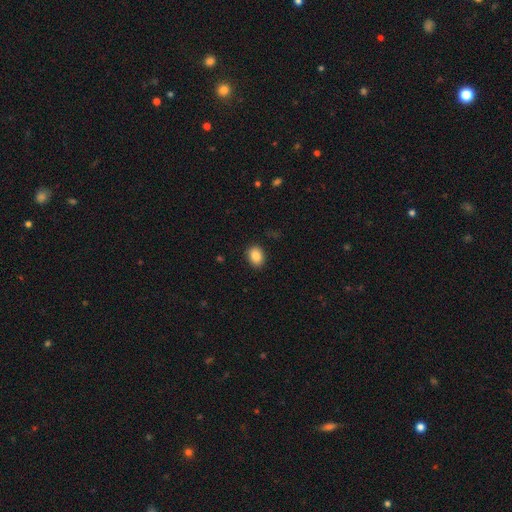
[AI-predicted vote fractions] Q: Smooth or featured?
A: smooth (86%); runner-up: star or artifact (9%)
Q: How rounded?
A: in between (64%); runner-up: round (35%)
Q: Merging?
A: none (90%); runner-up: minor disturbance (7%)